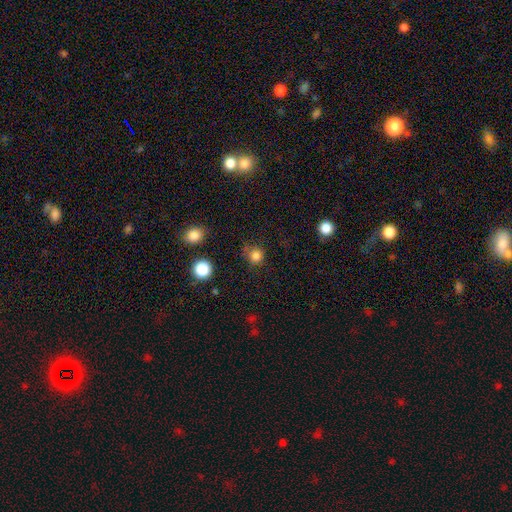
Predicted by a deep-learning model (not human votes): smooth-or-featured: smooth: 81% | star or artifact: 15% | featured or disk: 4%
  how-rounded: round: 89% | in between: 10% | cigar-shaped: 1%
  merging: none: 76% | minor disturbance: 16% | major disturbance: 5% | merger: 2%